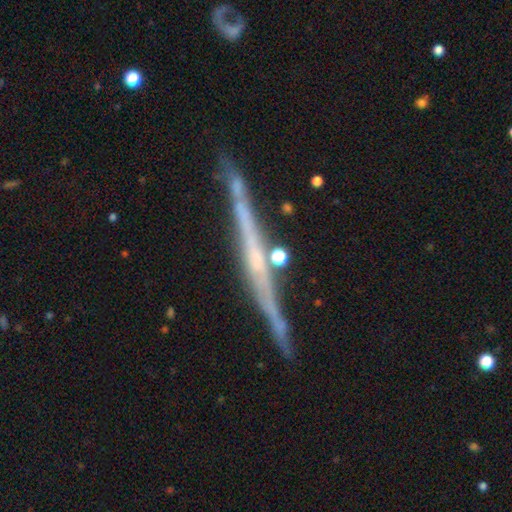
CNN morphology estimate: This is likely a featured or disk galaxy (79%). It is clearly viewed edge-on (98%). Edge-on bulge: likely none (63%). Merging: clearly none (82%).